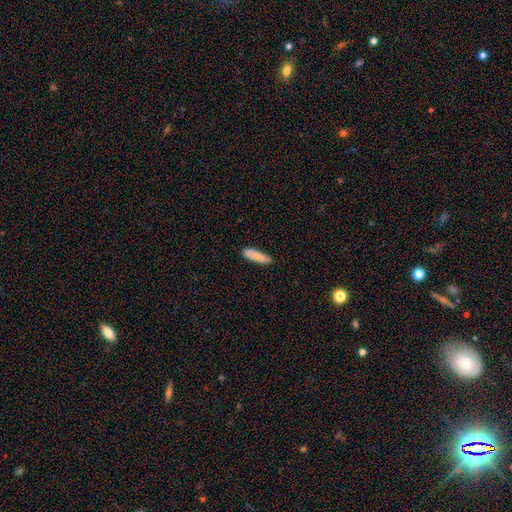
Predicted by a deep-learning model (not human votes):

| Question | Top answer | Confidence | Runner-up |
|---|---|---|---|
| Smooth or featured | smooth | 85% | featured or disk (9%) |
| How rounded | cigar-shaped | 66% | in between (33%) |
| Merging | none | 78% | minor disturbance (18%) |